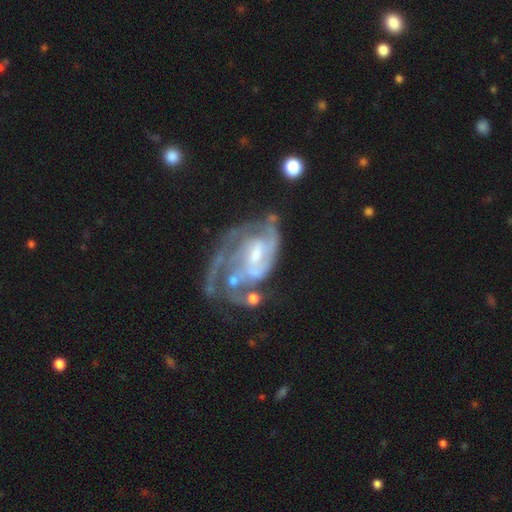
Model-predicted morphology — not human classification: A featured or disk galaxy (86%) with a weak bar (52%), 2 (37%) tight (42%, tied with medium) spiral arms (91%) and a small central bulge (47%). Merging: none (34%).